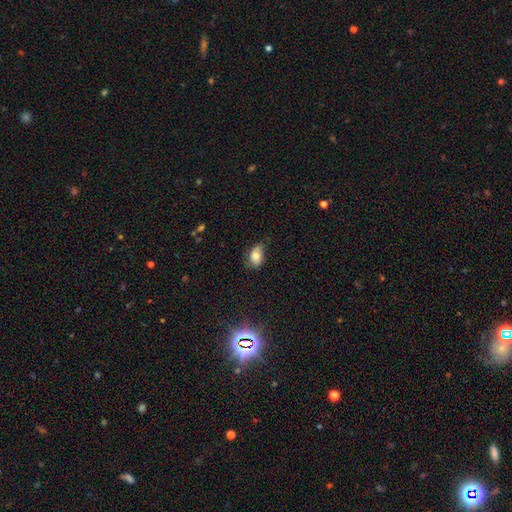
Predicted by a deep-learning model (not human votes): The model was most divided on "merging": none: 51%, minor disturbance: 36%, major disturbance: 11%, merger: 2%. More confident: how rounded — in between (86%); smooth or featured — smooth (73%).